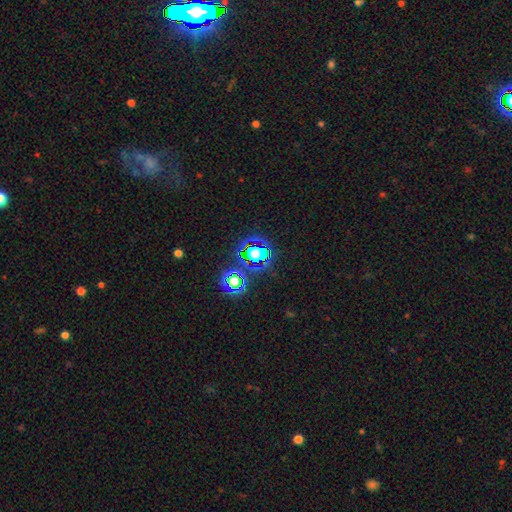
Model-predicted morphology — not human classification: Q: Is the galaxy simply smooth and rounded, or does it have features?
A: star or artifact — 65%.